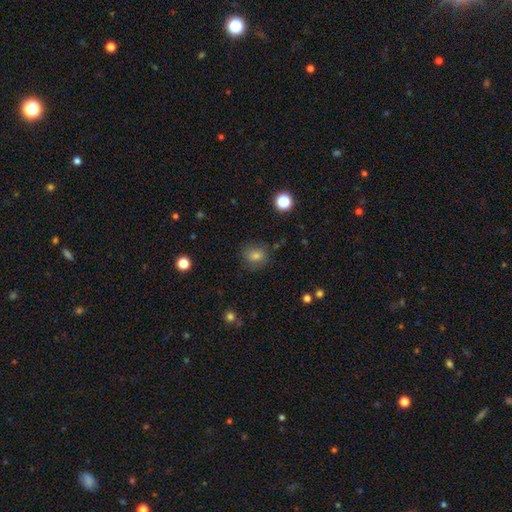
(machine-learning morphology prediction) type=smooth (75%); roundness=round (73%); merging=none (81%).